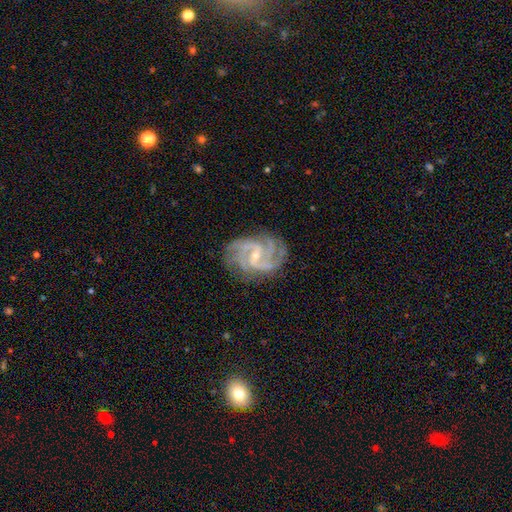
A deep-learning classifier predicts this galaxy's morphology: This appears to be a featured or disk galaxy (92%) with a weak bar (46%), 3 (32%) tight (46%) spiral arms (98%) and a small central bulge (65%). Merging: none (77%).